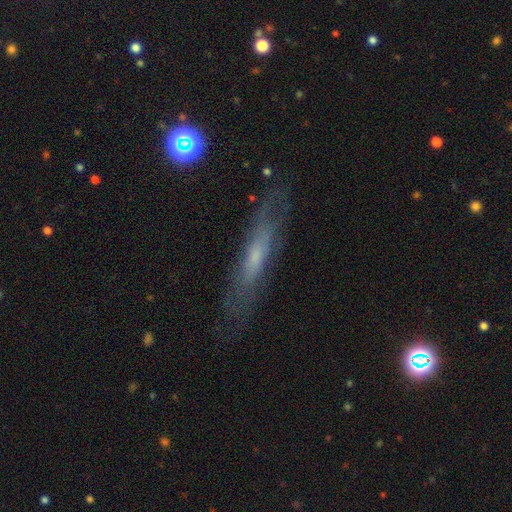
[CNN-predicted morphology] Smooth or featured?
  - featured or disk: 52% *
  - smooth: 38%
  - star or artifact: 10%
Edge-on disk?
  - yes: 61% *
  - no: 39%
Merging?
  - none: 71% *
  - minor disturbance: 18%
  - major disturbance: 8%
  - merger: 2%